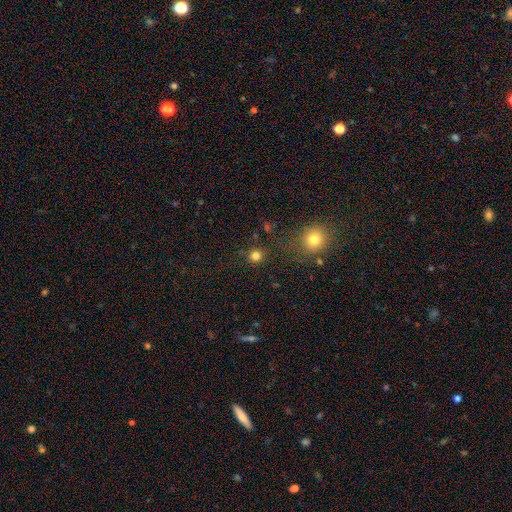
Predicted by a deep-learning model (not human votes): This appears to be a smooth galaxy with no disk features (79%) that is round (92%). Merging: none (86%).